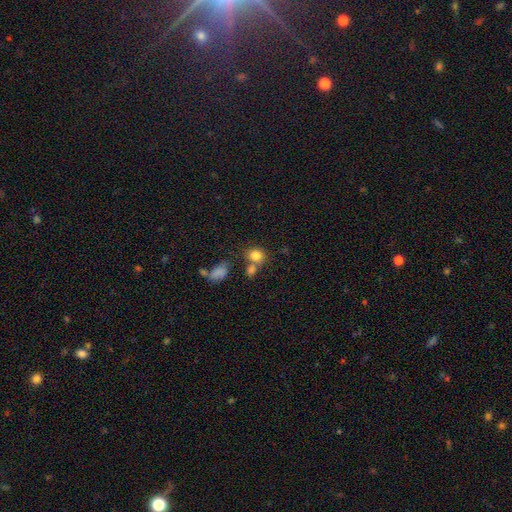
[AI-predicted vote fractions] smooth_or_featured: smooth (p=0.81) [alt: star or artifact p=0.11]
how_rounded: round (p=0.67) [alt: in between p=0.32]
merging: none (p=0.52) [alt: merger p=0.31]